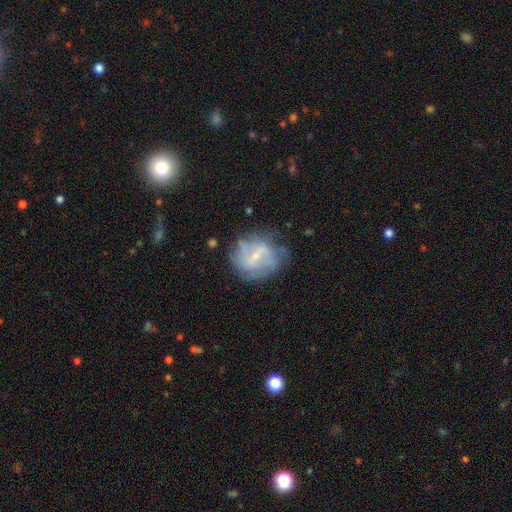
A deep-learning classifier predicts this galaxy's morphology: Smooth or featured: featured or disk — 65% (smooth — 26%)
Edge-on disk: no — 96% (yes — 4%)
Bar: weak — 52% (strong — 29%)
Spiral arms: yes — 68% (no — 32%)
Bulge size: small — 67% (moderate — 20%)
Merging: none — 63% (minor disturbance — 22%)